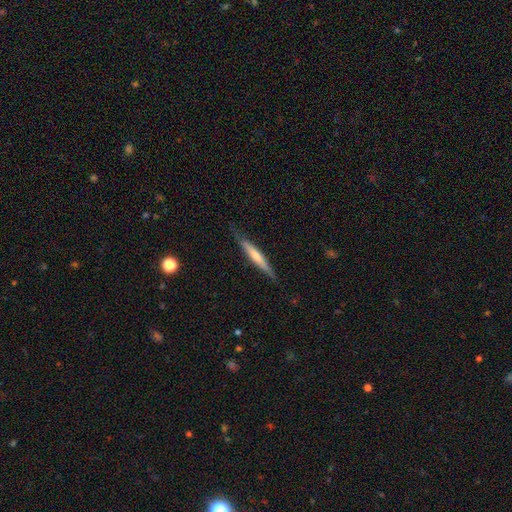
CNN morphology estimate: type=featured or disk (59%); edge-on=yes (96%); edge-on bulge=rounded (58%); merging=none (85%).